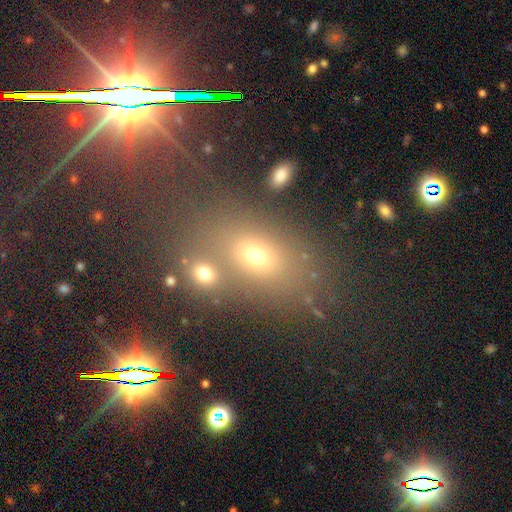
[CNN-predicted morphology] A smooth galaxy with no disk features (51%) that is in between round and cigar-shaped (66%). Merging: none (68%).